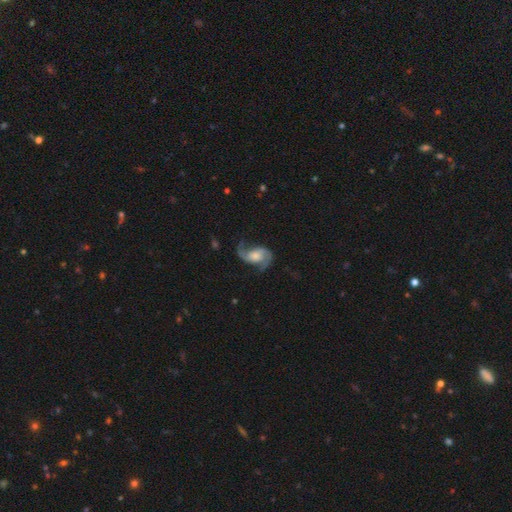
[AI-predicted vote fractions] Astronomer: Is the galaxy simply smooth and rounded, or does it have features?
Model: featured or disk — 85%.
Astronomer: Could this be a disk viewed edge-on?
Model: no — 97%.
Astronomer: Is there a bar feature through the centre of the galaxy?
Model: no — 54% (runner-up: weak, 36%).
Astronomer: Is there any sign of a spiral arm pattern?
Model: yes — 96%.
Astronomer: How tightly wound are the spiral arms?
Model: loose — 57% (runner-up: medium, 35%).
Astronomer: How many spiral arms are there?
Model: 2 — 91%.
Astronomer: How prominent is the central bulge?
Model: moderate — 35% (runner-up: large, 28%).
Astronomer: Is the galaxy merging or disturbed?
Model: none — 64%.